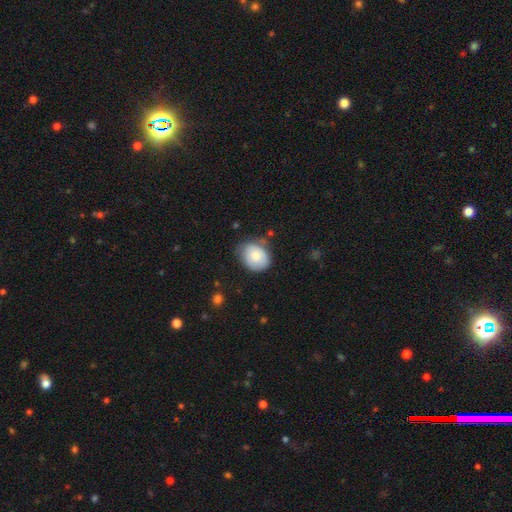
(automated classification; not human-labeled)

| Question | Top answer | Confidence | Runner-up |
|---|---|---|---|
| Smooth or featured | smooth | 79% | featured or disk (14%) |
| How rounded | in between | 51% | round (48%) |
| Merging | none | 65% | minor disturbance (26%) |